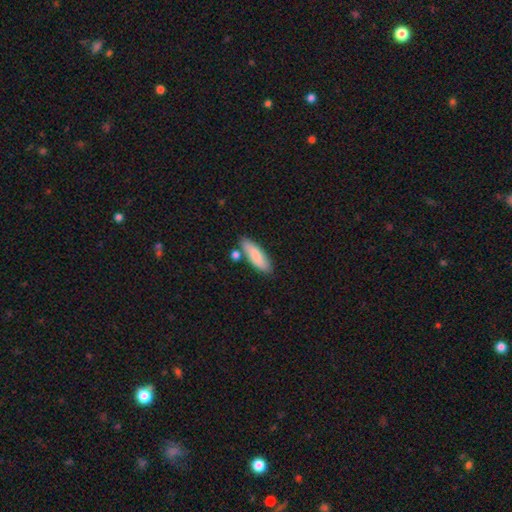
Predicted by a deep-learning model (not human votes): The model was most divided on "how rounded": in between: 52%, cigar-shaped: 46%, round: 2%. More confident: smooth or featured — smooth (82%); merging — none (74%).